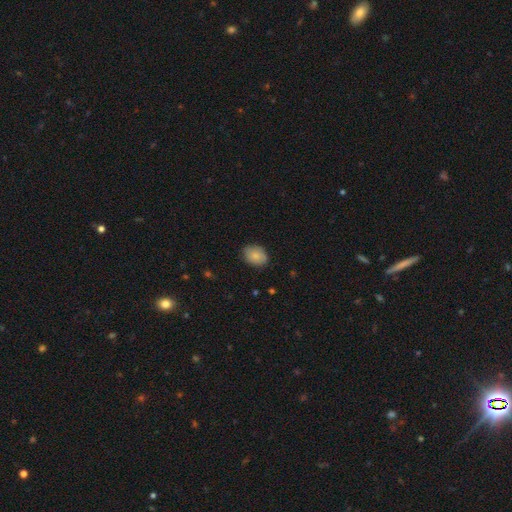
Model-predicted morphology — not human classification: This appears to be a smooth galaxy with no disk features (82%) that is in between round and cigar-shaped (65%). Merging: none (80%).